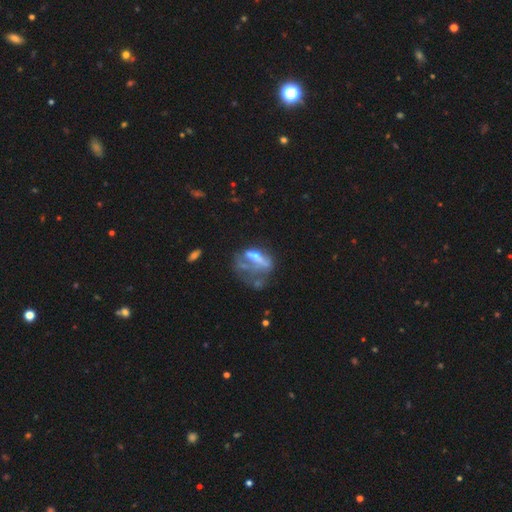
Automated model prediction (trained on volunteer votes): The model was most divided on "merging": major disturbance: 45%, none: 23%, minor disturbance: 16%, merger: 16%. More confident: edge-on disk — no (85%); smooth or featured — featured or disk (56%).